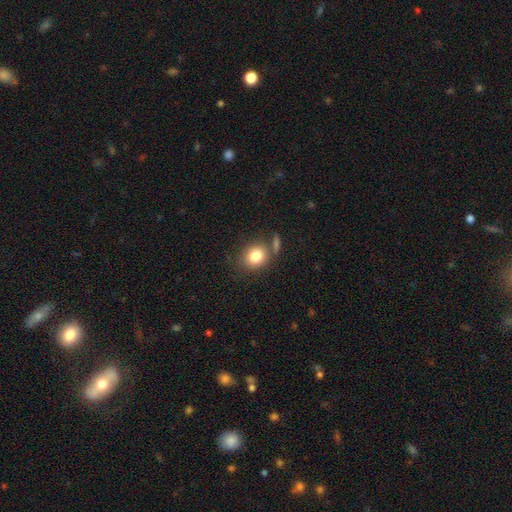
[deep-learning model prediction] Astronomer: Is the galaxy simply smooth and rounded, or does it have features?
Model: smooth — 81%.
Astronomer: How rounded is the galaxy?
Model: round — 62%.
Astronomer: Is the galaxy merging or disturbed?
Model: none — 67%.